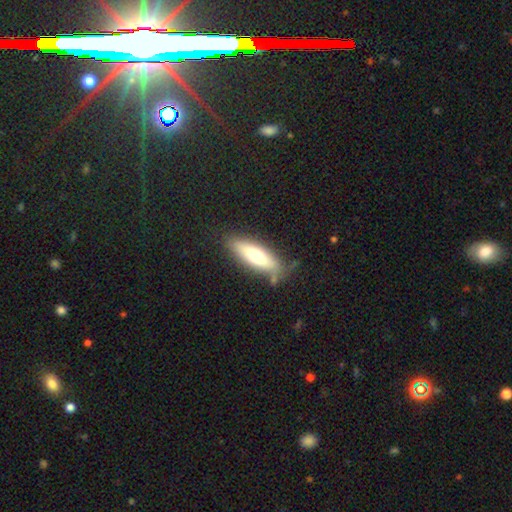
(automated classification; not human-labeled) This appears to be a smooth galaxy with no disk features (64%) that is in between round and cigar-shaped (50%). Merging: none (73%).